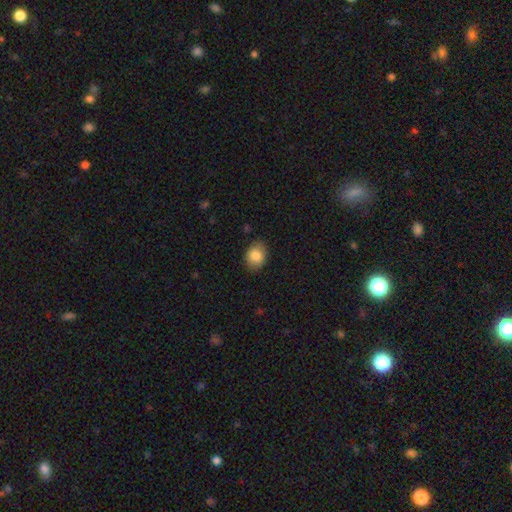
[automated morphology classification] type=smooth (83%); roundness=in between (63%); merging=none (85%).